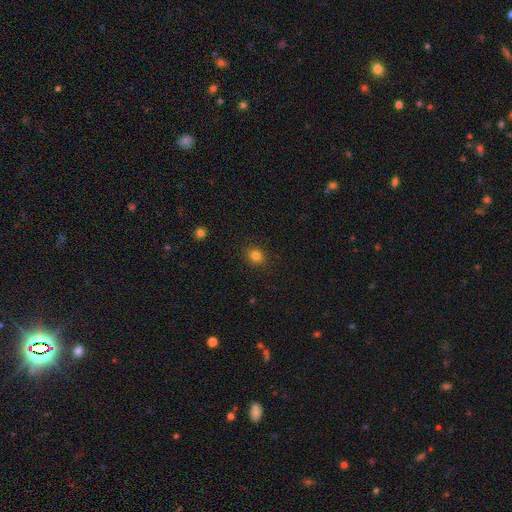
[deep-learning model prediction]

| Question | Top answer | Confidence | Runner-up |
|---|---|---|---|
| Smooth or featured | smooth | 81% | star or artifact (13%) |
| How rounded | round | 70% | in between (30%) |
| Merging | none | 89% | minor disturbance (8%) |